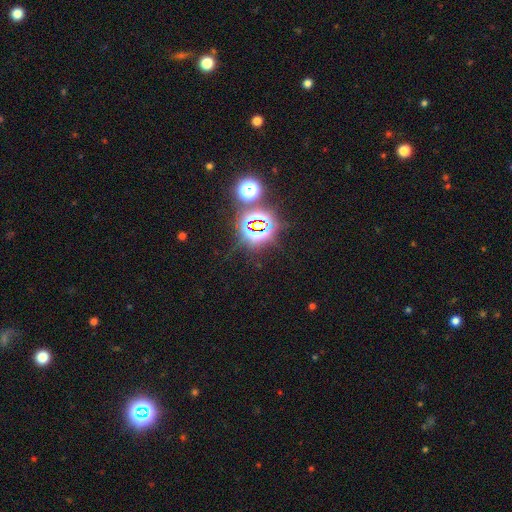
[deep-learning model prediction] This is likely a star or artifact rather than a galaxy (78%).